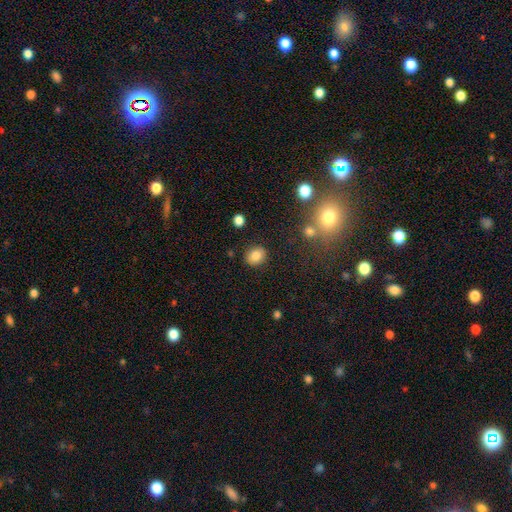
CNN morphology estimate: Q: Smooth or featured?
A: smooth (82%); runner-up: star or artifact (10%)
Q: How rounded?
A: round (65%); runner-up: in between (34%)
Q: Merging?
A: none (87%); runner-up: minor disturbance (8%)